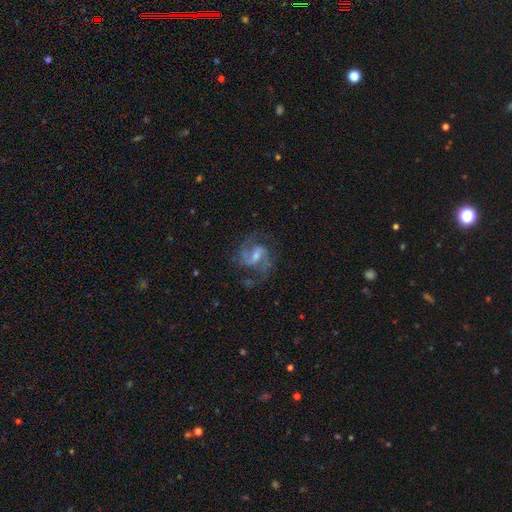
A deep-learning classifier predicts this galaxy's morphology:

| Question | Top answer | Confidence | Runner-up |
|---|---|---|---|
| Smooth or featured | featured or disk | 88% | smooth (6%) |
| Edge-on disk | no | 98% | yes (2%) |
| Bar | weak | 56% | strong (27%) |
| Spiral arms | yes | 97% | no (3%) |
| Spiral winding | medium | 59% | loose (26%) |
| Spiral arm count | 2 | 86% | 3 (5%) |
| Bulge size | small | 45% | moderate (44%) |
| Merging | none | 69% | minor disturbance (17%) |